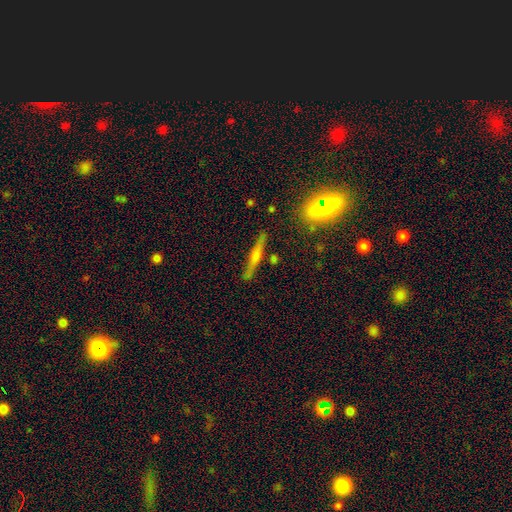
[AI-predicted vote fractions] Overall: featured or disk (58%; smooth 34%). Edge-on disk: yes (96%). Edge-on bulge: rounded (75%). Merging: none (86%).